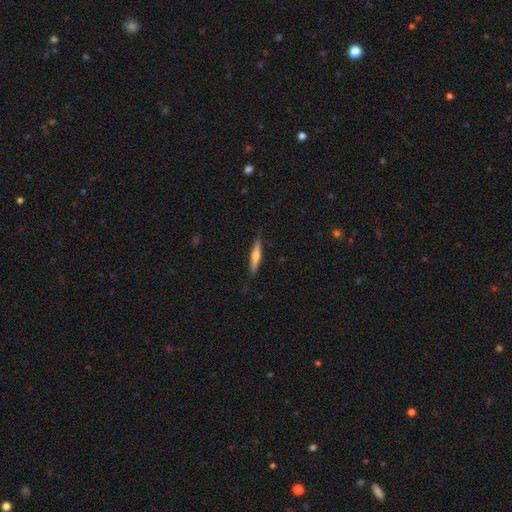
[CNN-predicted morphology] Overall: featured or disk (49%; smooth 45%). Merging: none (86%).